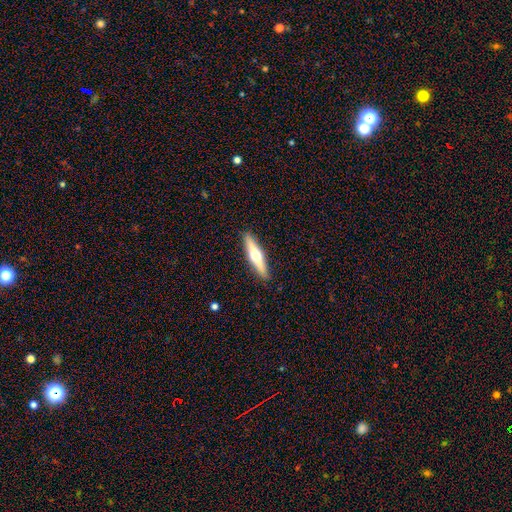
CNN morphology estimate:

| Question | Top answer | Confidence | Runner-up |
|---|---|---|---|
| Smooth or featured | featured or disk | 56% | smooth (39%) |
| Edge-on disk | yes | 95% | no (5%) |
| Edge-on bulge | rounded | 94% | none (4%) |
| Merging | none | 91% | minor disturbance (7%) |